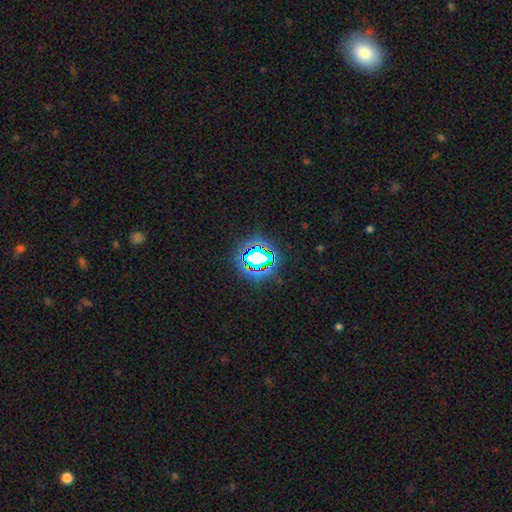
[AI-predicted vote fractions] The model was most divided on "smooth or featured": star or artifact: 78%, smooth: 14%, featured or disk: 7%.